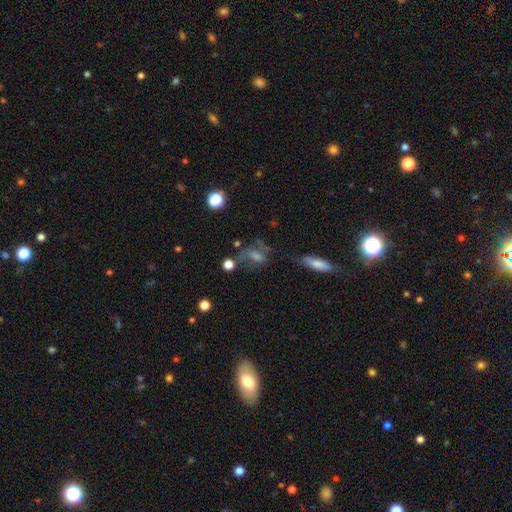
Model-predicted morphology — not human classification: smooth_or_featured: featured or disk (p=0.43) [alt: smooth p=0.32]
merging: none (p=0.50) [alt: major disturbance p=0.21]